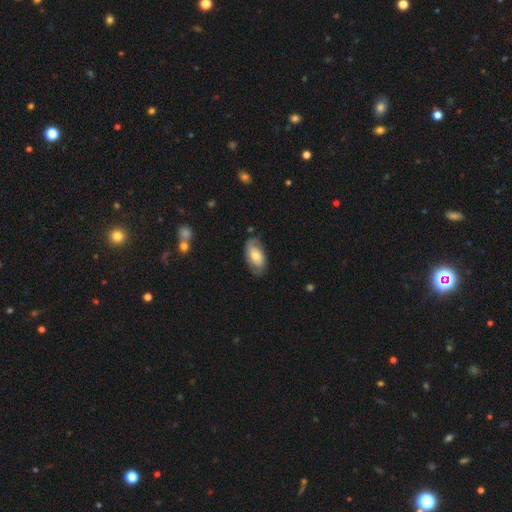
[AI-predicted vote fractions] This appears to be a featured or disk galaxy (48%). Merging: none (72%).